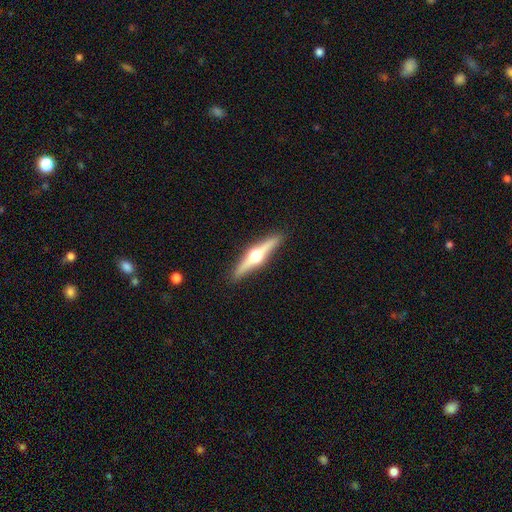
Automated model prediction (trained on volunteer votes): A featured or disk galaxy (76%) viewed edge-on (98%) with a rounded central bulge (96%). Merging: none (91%).